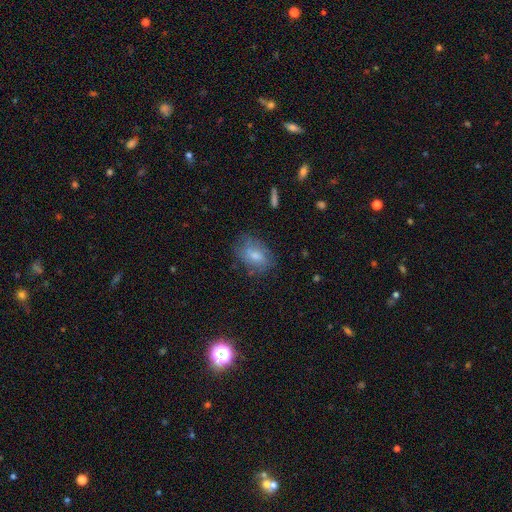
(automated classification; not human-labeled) smooth_or_featured: smooth (p=0.59) [alt: featured or disk p=0.28]
how_rounded: in between (p=0.80) [alt: round p=0.18]
merging: none (p=0.71) [alt: minor disturbance p=0.20]